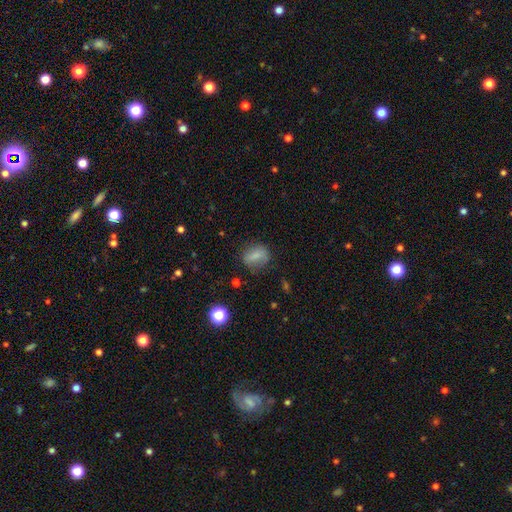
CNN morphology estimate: Smooth or featured: smooth — 74% (featured or disk — 15%)
How rounded: in between — 53% (round — 43%)
Merging: none — 70% (minor disturbance — 20%)